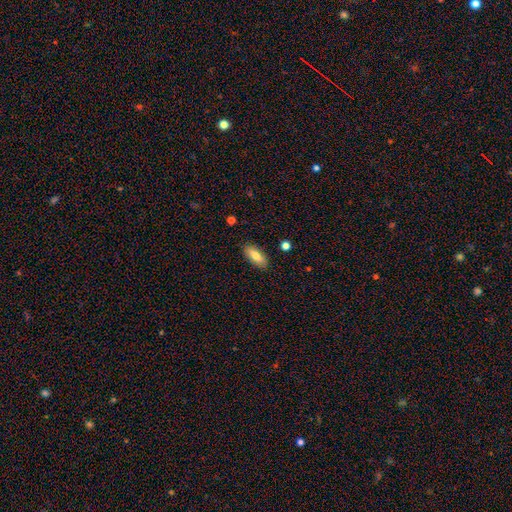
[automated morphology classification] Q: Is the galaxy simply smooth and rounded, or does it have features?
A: smooth — 78%.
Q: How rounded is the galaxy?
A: in between — 78%.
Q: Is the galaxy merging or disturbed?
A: none — 88%.